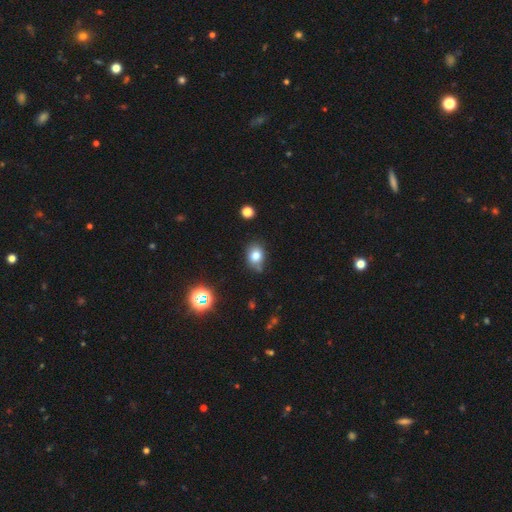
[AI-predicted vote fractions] Morphology: type=smooth (79%); roundness=in between (52%); merging=none (69%).